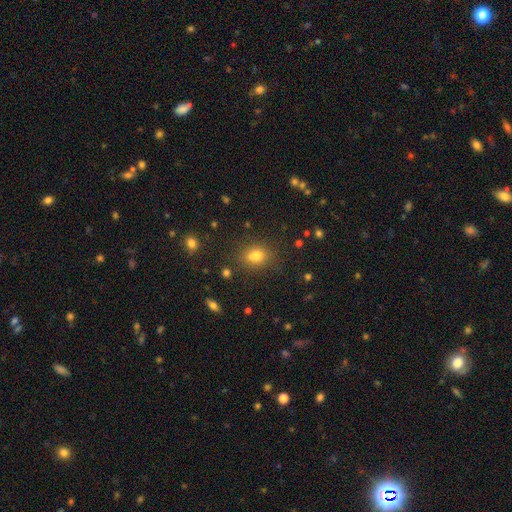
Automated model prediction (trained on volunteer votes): smooth-or-featured: smooth: 75% | star or artifact: 16% | featured or disk: 8%
  how-rounded: in between: 52% | round: 46% | cigar-shaped: 2%
  merging: none: 71% | minor disturbance: 14% | merger: 10% | major disturbance: 5%